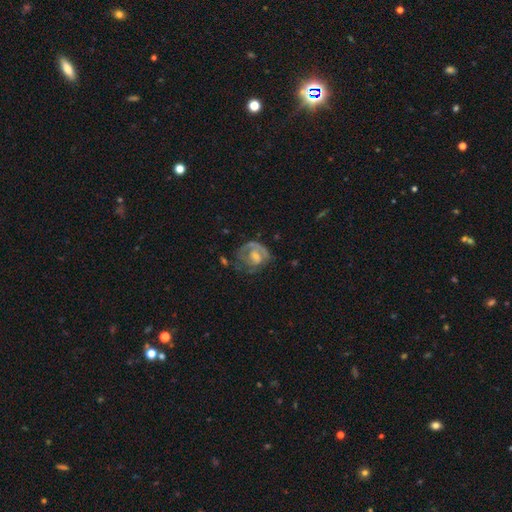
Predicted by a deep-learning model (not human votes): A featured or disk galaxy (70%) with no bar (54%), spiral arms (72%) and a moderate central bulge (48%).

Vote fractions:
- Smooth or featured? featured or disk: 70% / smooth: 20% / star or artifact: 10%
- Edge-on disk? no: 96% / yes: 4%
- Bar? no: 54% / weak: 36% / strong: 10%
- Spiral arms? yes: 72% / no: 28%
- Bulge size? moderate: 48% / small: 34% / none: 9% / large: 7% / dominant: 1%
- Merging? none: 55% / minor disturbance: 21% / major disturbance: 21% / merger: 4%